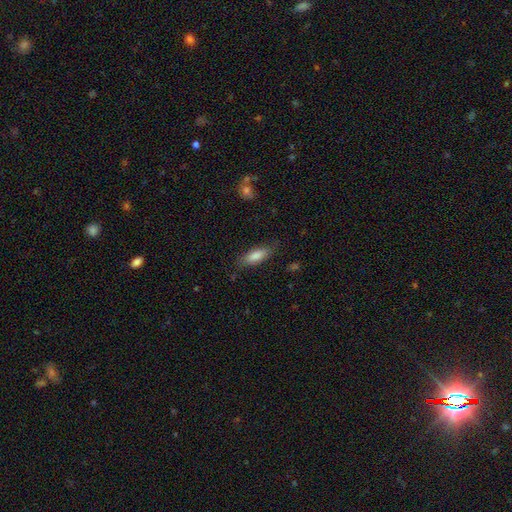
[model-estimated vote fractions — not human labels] A smooth galaxy with no disk features (81%) that is in between round and cigar-shaped (59%). Merging: none (79%).